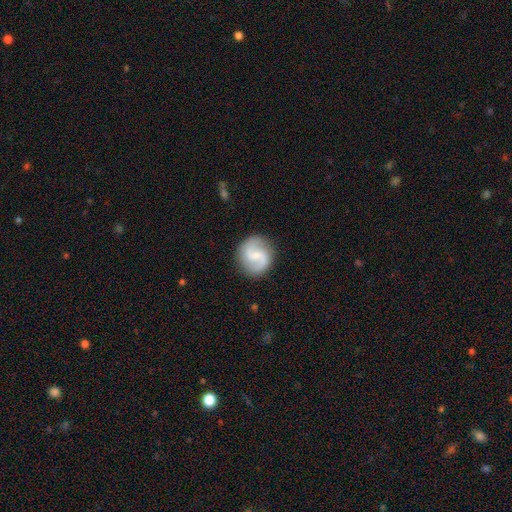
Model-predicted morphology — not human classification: Overall: featured or disk (77%). Edge-on disk: no (98%). Bar: weak (56%; no 29%). Spiral arms: yes (95%). Spiral arm count: 2 (92%). Spiral winding: medium (49%; loose 37%). Bulge size: small (55%; moderate 24%). Merging: none (86%).